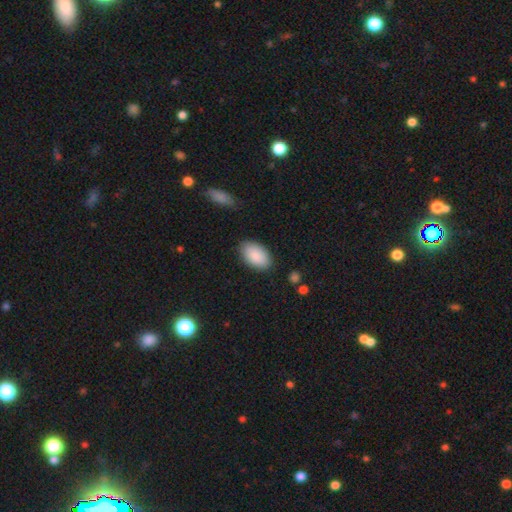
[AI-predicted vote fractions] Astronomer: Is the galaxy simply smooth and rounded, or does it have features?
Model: smooth — 89%.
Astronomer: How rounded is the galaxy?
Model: in between — 94%.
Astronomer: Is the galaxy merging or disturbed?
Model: none — 85%.